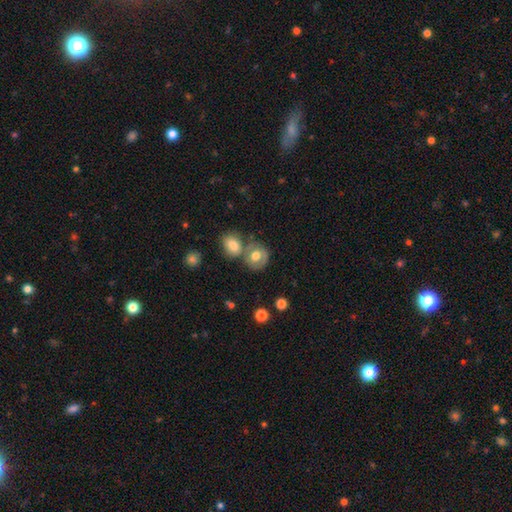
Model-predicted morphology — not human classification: smooth-or-featured: smooth: 64% | featured or disk: 28% | star or artifact: 8%
  how-rounded: round: 71% | in between: 28% | cigar-shaped: 1%
  merging: none: 48% | merger: 33% | minor disturbance: 13% | major disturbance: 6%